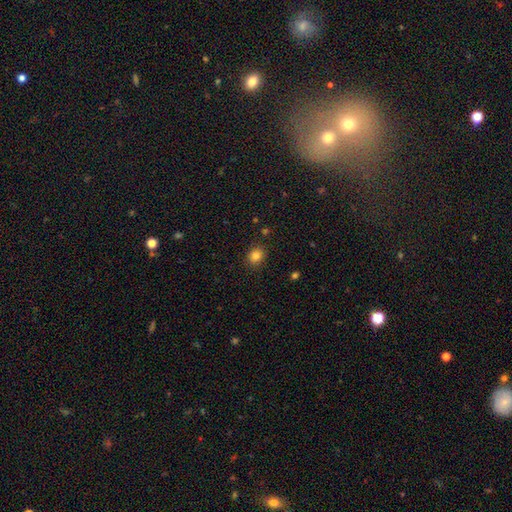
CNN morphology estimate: The model was most divided on "how rounded": round: 59%, in between: 40%, cigar-shaped: 1%. More confident: merging — none (88%); smooth or featured — smooth (83%).